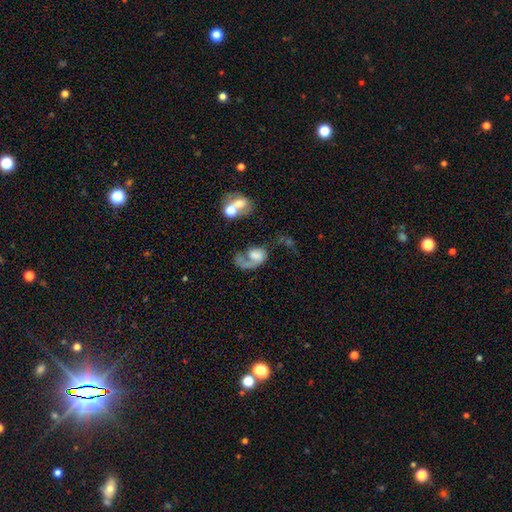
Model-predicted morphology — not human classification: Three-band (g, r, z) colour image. It shows a featured or disk galaxy (52%) with no bar (74%), spiral arms (65%) and no central bulge (30%). Merging: major disturbance (45%).